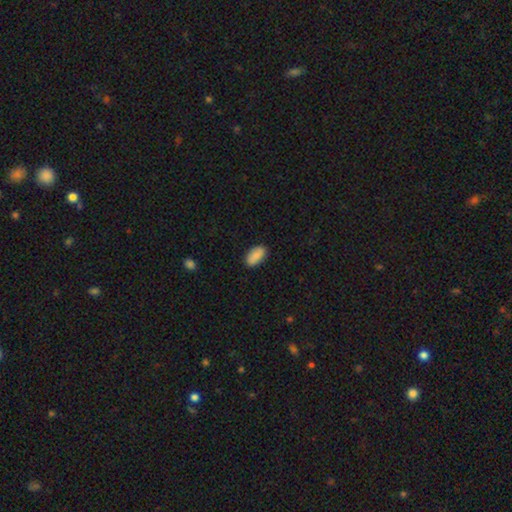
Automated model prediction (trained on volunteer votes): smooth 88%, star or artifact 6%, featured or disk 6%. Down the decision tree: how rounded — in between (94%); merging — none (87%).